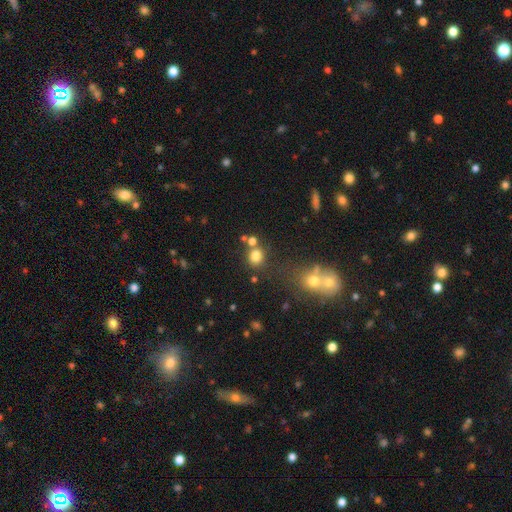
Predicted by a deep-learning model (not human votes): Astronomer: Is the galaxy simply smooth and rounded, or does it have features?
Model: smooth — 77%.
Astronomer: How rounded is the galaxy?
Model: round — 81%.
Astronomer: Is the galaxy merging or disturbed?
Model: none — 68%.